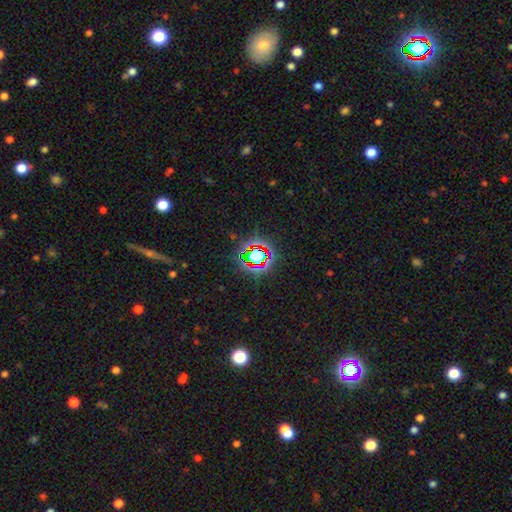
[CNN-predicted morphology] smooth-or-featured: star or artifact: 67% | smooth: 20% | featured or disk: 13%